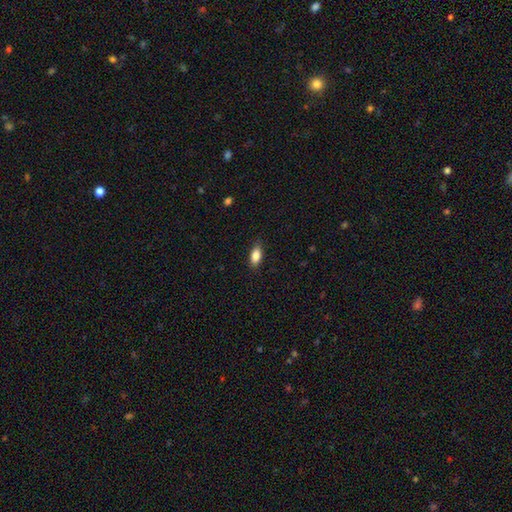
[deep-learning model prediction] Smooth or featured: smooth — 85% (star or artifact — 7%)
How rounded: in between — 86% (cigar-shaped — 11%)
Merging: none — 85% (minor disturbance — 11%)